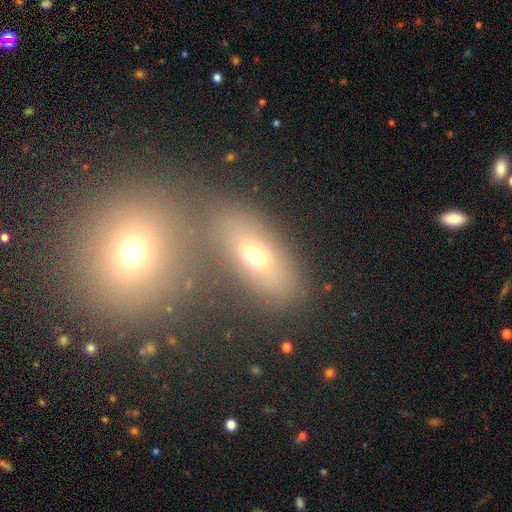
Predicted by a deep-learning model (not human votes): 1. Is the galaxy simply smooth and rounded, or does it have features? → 59% smooth, 24% featured or disk, 18% star or artifact.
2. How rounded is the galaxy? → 67% in between, 23% round, 9% cigar-shaped.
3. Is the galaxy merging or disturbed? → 46% none, 39% merger, 9% minor disturbance, 6% major disturbance.